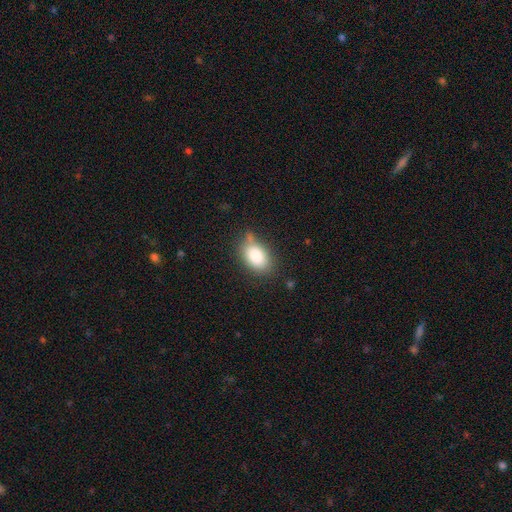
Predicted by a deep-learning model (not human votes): smooth_or_featured: smooth (p=0.85) [alt: star or artifact p=0.08]
how_rounded: in between (p=0.87) [alt: round p=0.11]
merging: none (p=0.63) [alt: minor disturbance p=0.24]